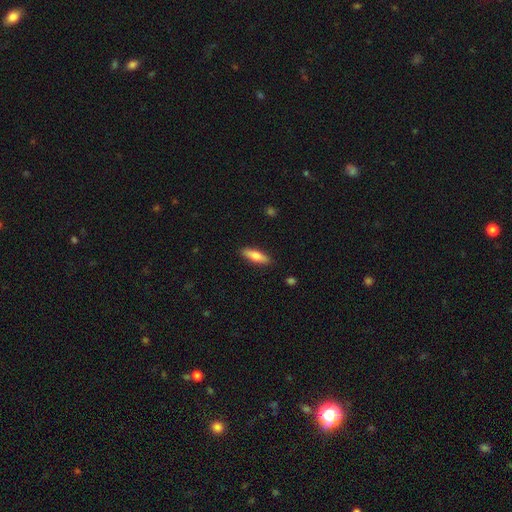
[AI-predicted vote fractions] This appears to be a smooth galaxy with no disk features (74%) that is cigar-shaped (57%). Merging: none (89%).